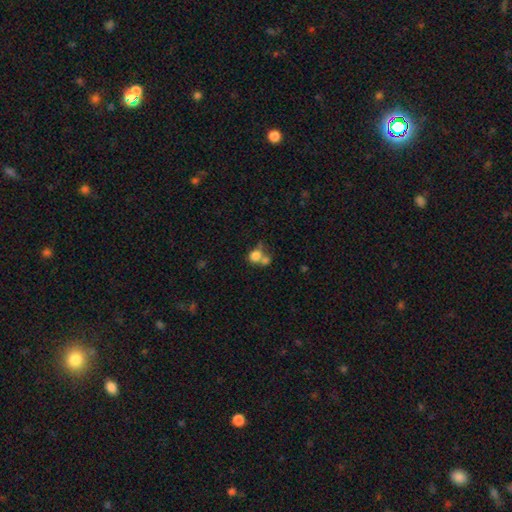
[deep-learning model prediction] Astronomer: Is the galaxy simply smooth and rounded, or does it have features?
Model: smooth — 77%.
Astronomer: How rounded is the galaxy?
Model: round — 73%.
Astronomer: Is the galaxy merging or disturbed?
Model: merger — 50% (runner-up: none, 34%).